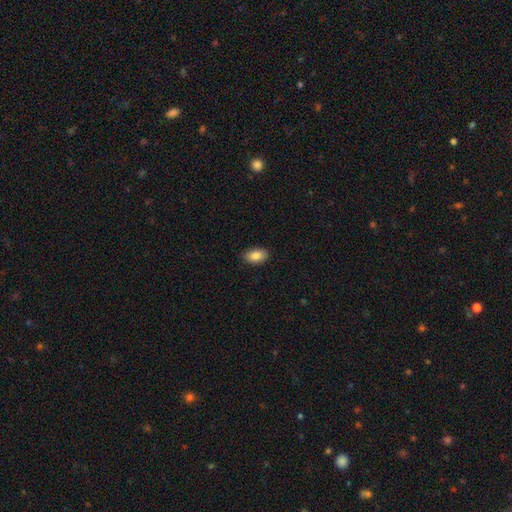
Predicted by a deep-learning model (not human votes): Smooth or featured? Predicted: smooth (p=0.86). How rounded? Predicted: in between (p=0.92). Merging? Predicted: none (p=0.87).